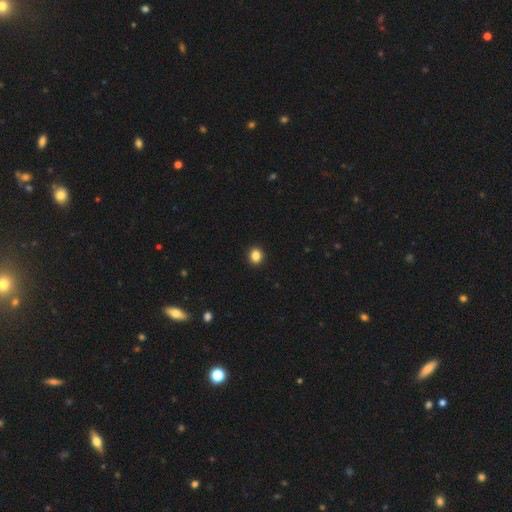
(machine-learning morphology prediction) Smooth or featured: smooth — 86% (star or artifact — 10%)
How rounded: round — 74% (in between — 25%)
Merging: none — 93% (minor disturbance — 5%)